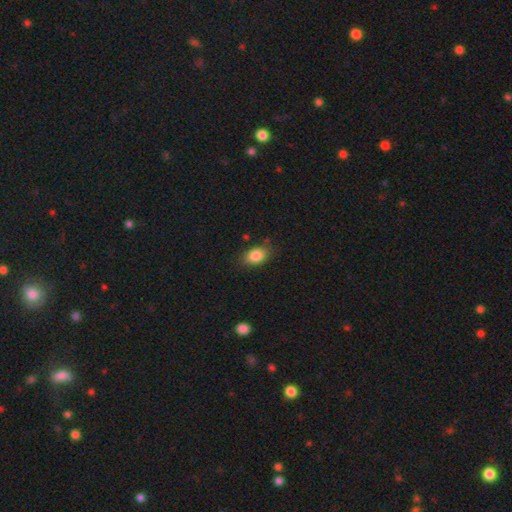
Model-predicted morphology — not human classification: This is clearly a smooth galaxy (85%). How rounded: clearly in between (83%). Merging: likely none (79%).